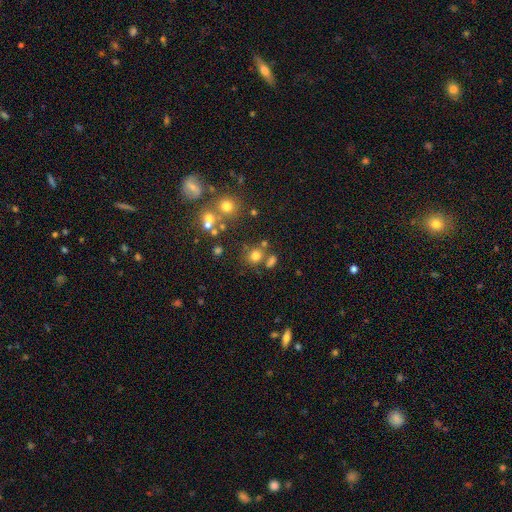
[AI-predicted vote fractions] The model was most divided on "merging": none: 66%, merger: 17%, minor disturbance: 11%, major disturbance: 5%. More confident: how rounded — round (79%); smooth or featured — smooth (71%).